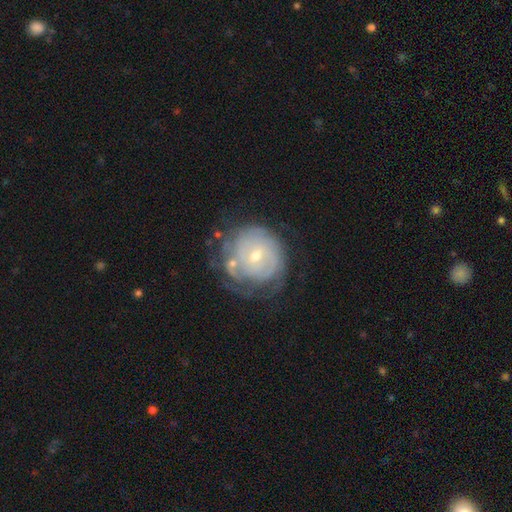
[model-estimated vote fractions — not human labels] Overall: featured or disk (72%). Edge-on disk: no (97%). Bar: no (70%). Spiral arms: yes (78%). Spiral arm count: can't tell (58%). Spiral winding: tight (76%). Bulge size: small (53%; moderate 44%). Merging: none (55%; minor disturbance 23%).